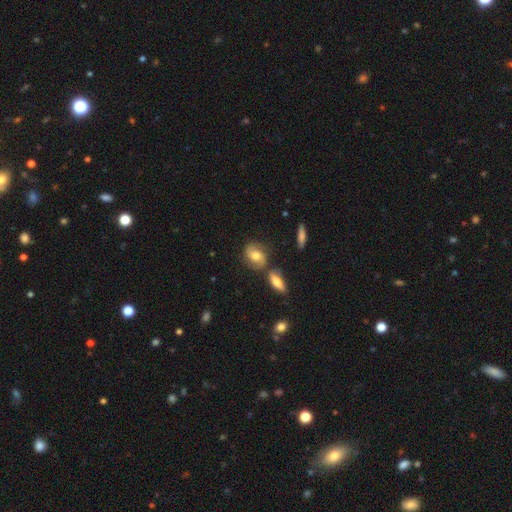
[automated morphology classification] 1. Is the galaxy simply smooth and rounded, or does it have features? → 52% featured or disk, 40% smooth, 8% star or artifact.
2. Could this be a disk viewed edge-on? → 92% no, 8% yes.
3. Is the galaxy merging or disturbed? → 67% none, 17% minor disturbance, 11% merger, 6% major disturbance.